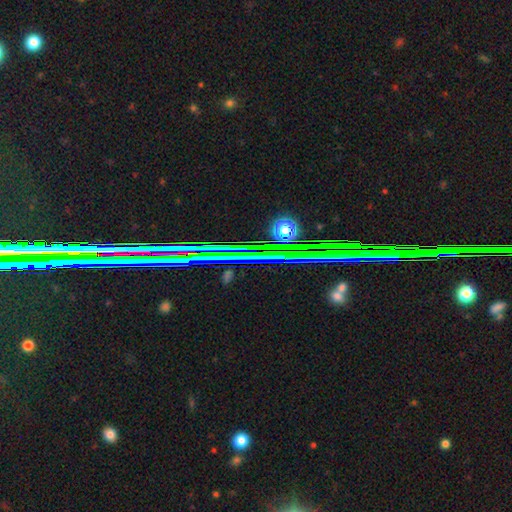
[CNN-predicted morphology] Smooth or featured: star or artifact — 81% (featured or disk — 11%)